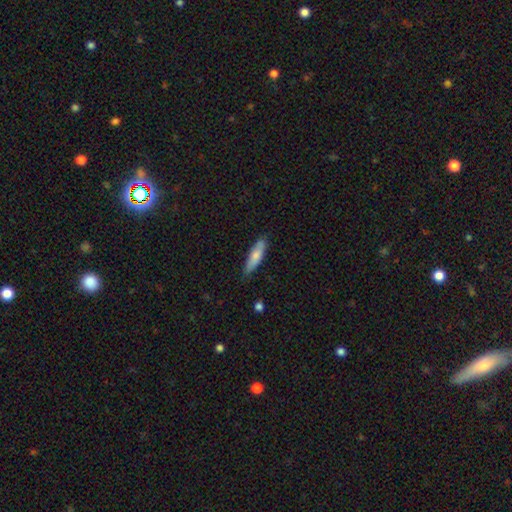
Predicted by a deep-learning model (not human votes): This is likely a smooth galaxy (74%). How rounded: possibly cigar-shaped (58%). Merging: likely none (77%).